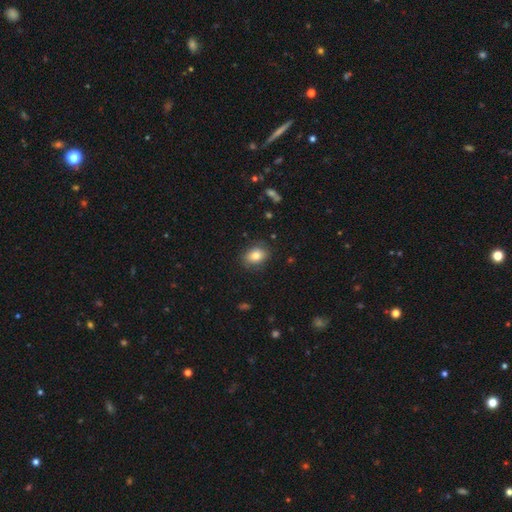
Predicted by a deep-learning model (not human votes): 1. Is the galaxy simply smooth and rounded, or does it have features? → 80% smooth, 10% featured or disk, 9% star or artifact.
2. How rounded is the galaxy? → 64% in between, 35% round, 1% cigar-shaped.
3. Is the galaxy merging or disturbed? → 84% none, 12% minor disturbance, 3% major disturbance, 1% merger.